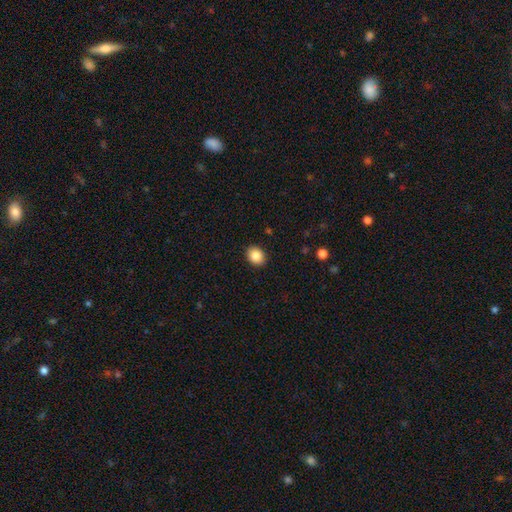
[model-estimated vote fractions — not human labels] Smooth or featured? smooth (86%)
How rounded? round (52%)
Merging? none (91%)